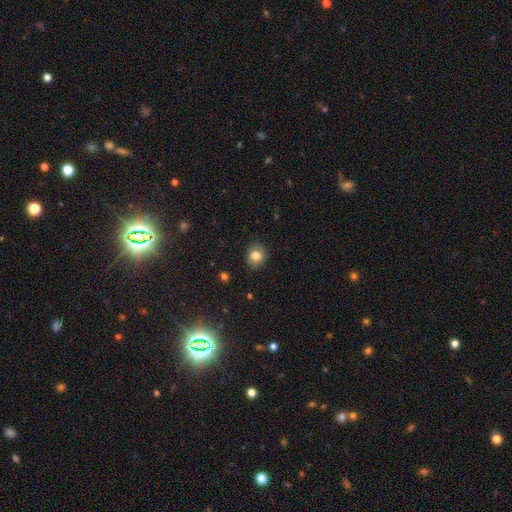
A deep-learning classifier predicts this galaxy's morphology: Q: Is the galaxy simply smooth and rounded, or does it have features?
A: smooth — 76%.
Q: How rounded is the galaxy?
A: round — 67%.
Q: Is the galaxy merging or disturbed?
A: none — 84%.